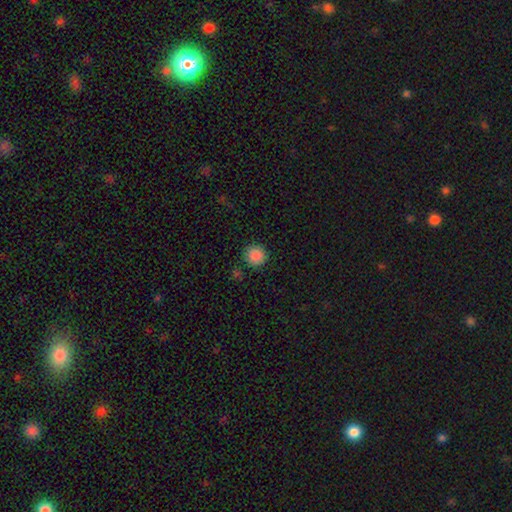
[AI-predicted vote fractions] The model was most divided on "smooth or featured": smooth: 88%, star or artifact: 9%, featured or disk: 3%. More confident: how rounded — round (93%); merging — none (87%).